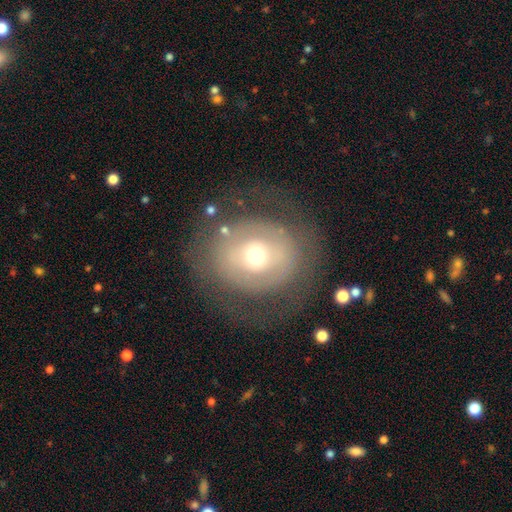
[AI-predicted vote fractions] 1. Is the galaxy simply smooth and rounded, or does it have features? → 50% featured or disk, 41% smooth, 9% star or artifact.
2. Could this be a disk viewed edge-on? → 95% no, 5% yes.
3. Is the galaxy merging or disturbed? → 73% none, 14% minor disturbance, 12% major disturbance, 2% merger.